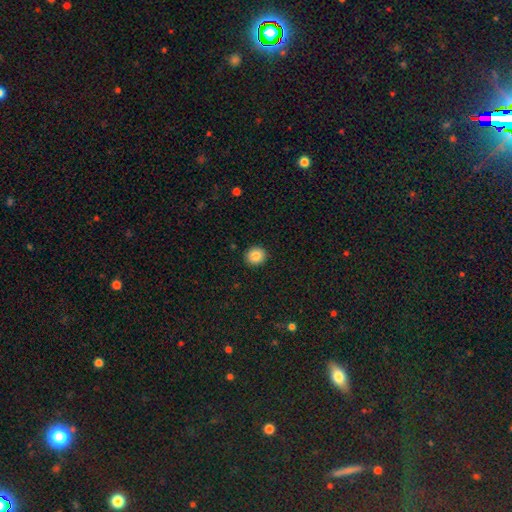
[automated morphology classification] This is clearly a smooth galaxy (86%). How rounded: clearly round (86%). Merging: clearly none (92%).